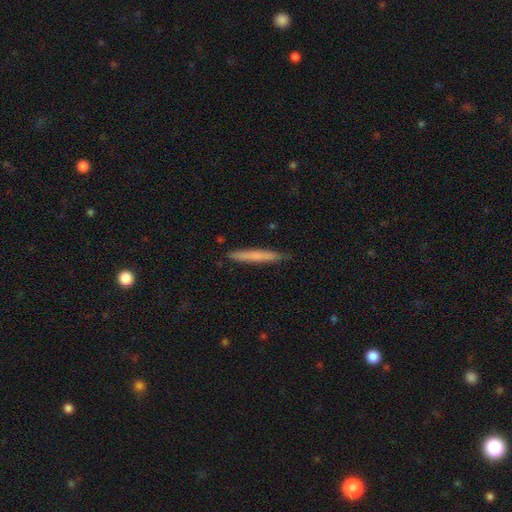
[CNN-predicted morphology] smooth-or-featured: smooth: 67% | featured or disk: 27% | star or artifact: 6%
  how-rounded: cigar-shaped: 97% | in between: 2% | round: 1%
  merging: none: 88% | minor disturbance: 9% | major disturbance: 2% | merger: 1%